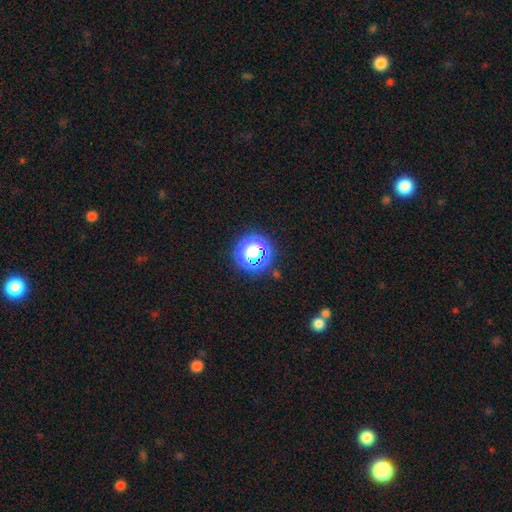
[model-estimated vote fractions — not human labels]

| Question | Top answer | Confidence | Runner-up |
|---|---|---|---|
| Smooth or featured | star or artifact | 74% | smooth (19%) |